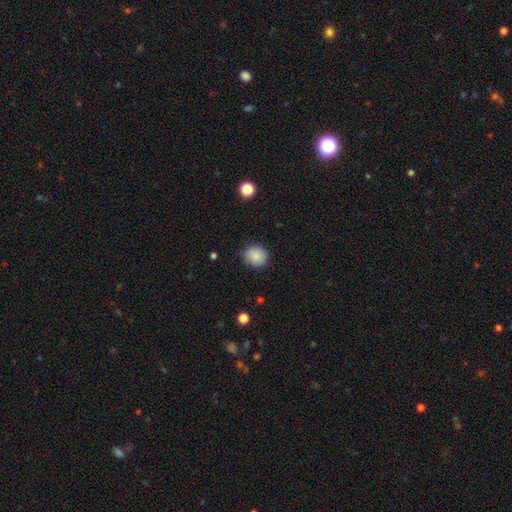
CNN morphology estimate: A smooth galaxy with no disk features (86%) that is round (83%).

Vote fractions:
- Smooth or featured? smooth: 86% / star or artifact: 8% / featured or disk: 5%
- How rounded? round: 83% / in between: 16% / cigar-shaped: 1%
- Merging? none: 84% / minor disturbance: 12% / major disturbance: 3% / merger: 1%